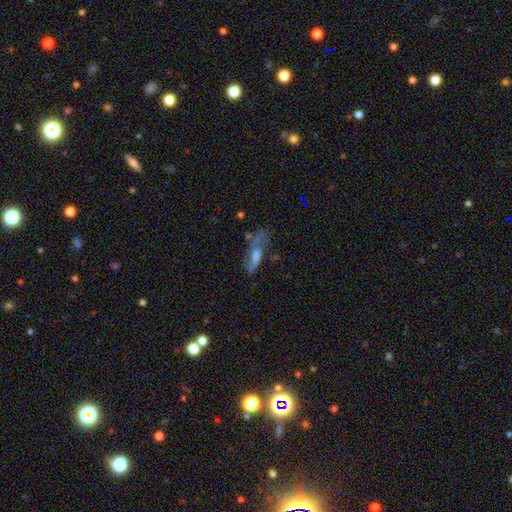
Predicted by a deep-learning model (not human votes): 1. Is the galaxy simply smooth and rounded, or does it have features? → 43% smooth (tied), 43% featured or disk (tied), 13% star or artifact.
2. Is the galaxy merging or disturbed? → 40% none, 25% minor disturbance, 25% major disturbance, 9% merger.